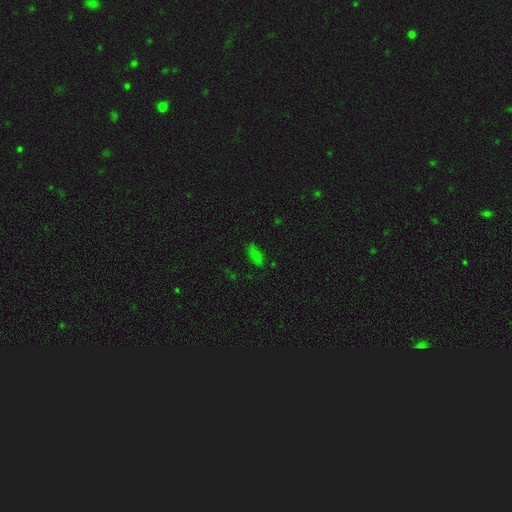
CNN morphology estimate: A smooth galaxy with no disk features (75%) that is in between round and cigar-shaped (85%).

Vote fractions:
- Smooth or featured? smooth: 75% / star or artifact: 16% / featured or disk: 9%
- How rounded? in between: 85% / cigar-shaped: 11% / round: 4%
- Merging? none: 79% / minor disturbance: 15% / major disturbance: 3% / merger: 2%